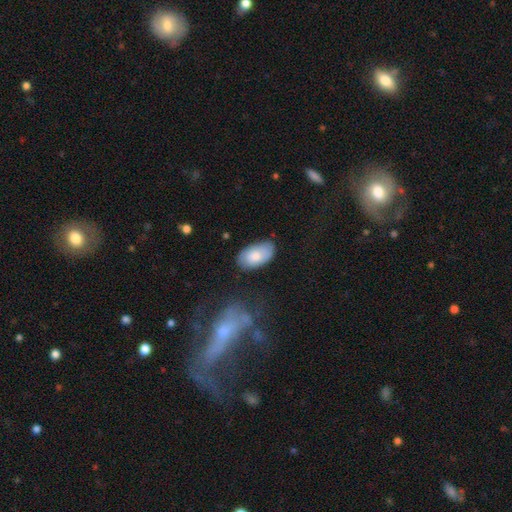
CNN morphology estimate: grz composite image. It shows a smooth galaxy with no disk features (76%) that is in between round and cigar-shaped (95%). Merging: none (74%).